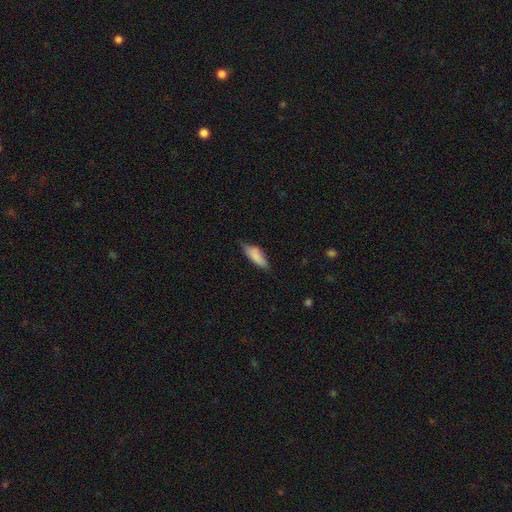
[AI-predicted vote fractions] A smooth galaxy with no disk features (81%) that is in between round and cigar-shaped (64%). Merging: none (60%).